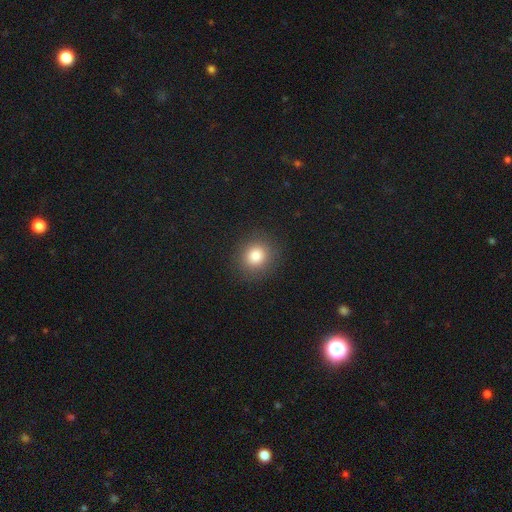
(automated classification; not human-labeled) Smooth or featured: smooth — 81% (star or artifact — 12%)
How rounded: round — 86% (in between — 13%)
Merging: none — 89% (minor disturbance — 7%)